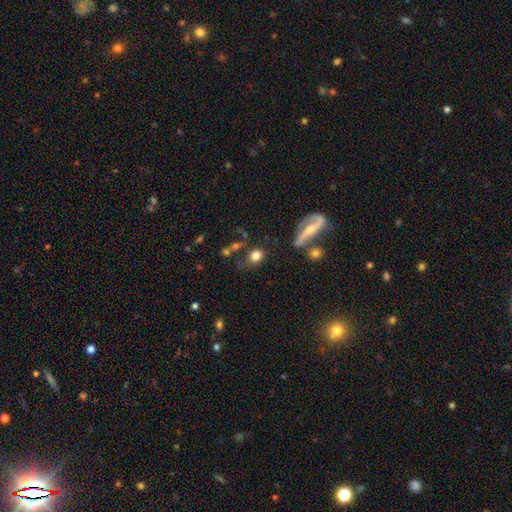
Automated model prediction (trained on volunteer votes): Smooth or featured? smooth (77%)
How rounded? round (51%)
Merging? none (58%)